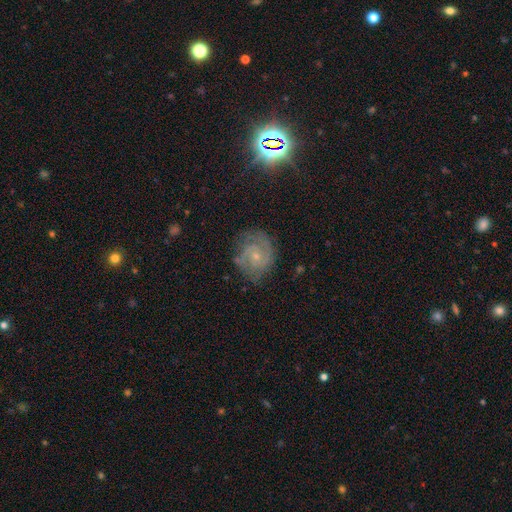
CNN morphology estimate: smooth_or_featured: featured or disk (p=0.80) [alt: smooth p=0.12]
disk_edge_on: no (p=0.98) [alt: yes p=0.02]
bar: no (p=0.68) [alt: weak p=0.28]
has_spiral_arms: yes (p=0.95) [alt: no p=0.05]
spiral_winding: tight (p=0.53) [alt: medium p=0.37]
spiral_arm_count: 2 (p=0.56) [alt: can't tell p=0.18]
bulge_size: small (p=0.72) [alt: moderate p=0.22]
merging: none (p=0.71) [alt: minor disturbance p=0.20]